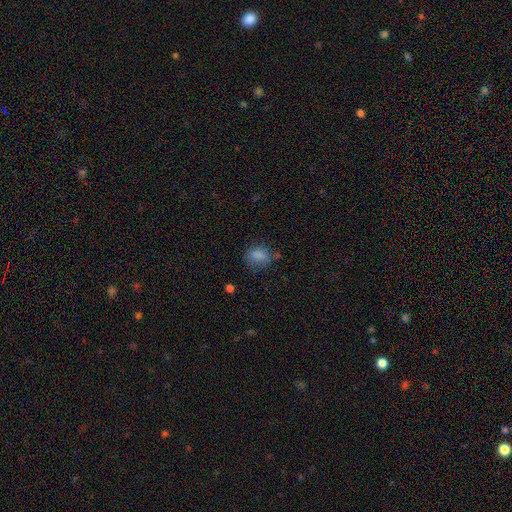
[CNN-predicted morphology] Overall: smooth (74%). How rounded: round (50%; in between 48%). Merging: none (64%).